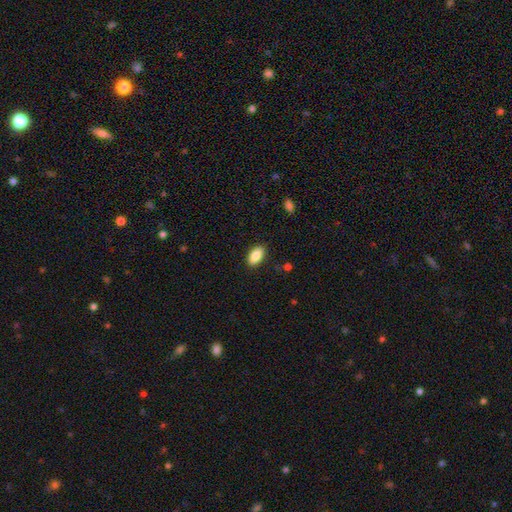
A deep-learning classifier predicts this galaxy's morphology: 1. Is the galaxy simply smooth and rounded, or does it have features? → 86% smooth, 7% star or artifact, 7% featured or disk.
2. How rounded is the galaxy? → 91% in between, 6% cigar-shaped, 4% round.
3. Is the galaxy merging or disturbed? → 87% none, 9% minor disturbance, 2% major disturbance, 1% merger.